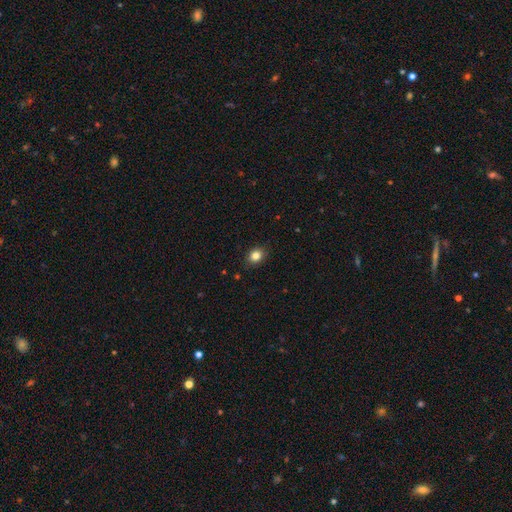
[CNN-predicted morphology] Smooth or featured?
  - smooth: 84% *
  - star or artifact: 11%
  - featured or disk: 6%
How rounded?
  - round: 57% *
  - in between: 42%
  - cigar-shaped: 1%
Merging?
  - none: 88% *
  - minor disturbance: 9%
  - major disturbance: 2%
  - merger: 1%